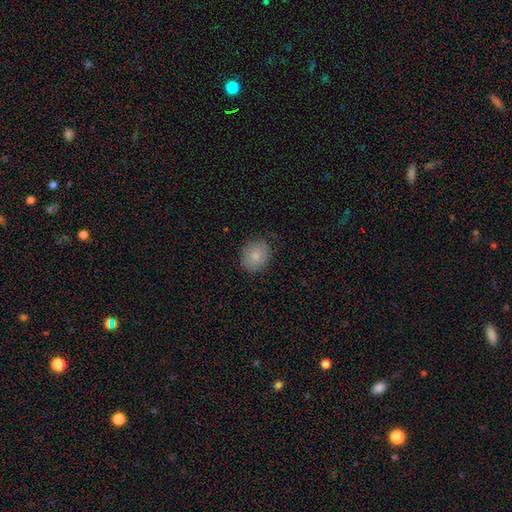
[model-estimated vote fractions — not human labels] A smooth galaxy with no disk features (82%) that is round (59%).

Vote fractions:
- Smooth or featured? smooth: 82% / featured or disk: 9% / star or artifact: 8%
- How rounded? round: 59% / in between: 40% / cigar-shaped: 1%
- Merging? none: 80% / minor disturbance: 16% / major disturbance: 3% / merger: 1%